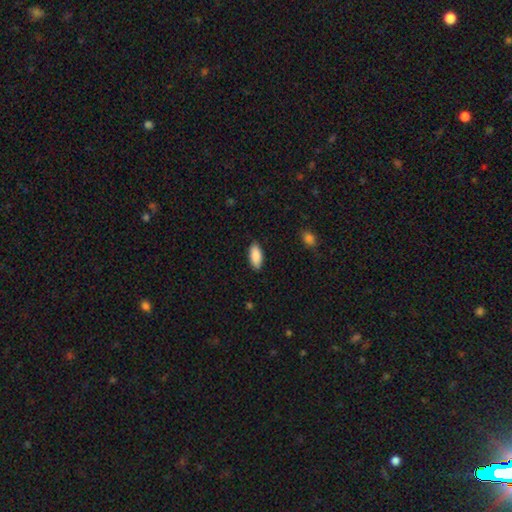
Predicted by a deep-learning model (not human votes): Smooth or featured? Predicted: smooth (p=0.90). How rounded? Predicted: in between (p=0.89). Merging? Predicted: none (p=0.88).